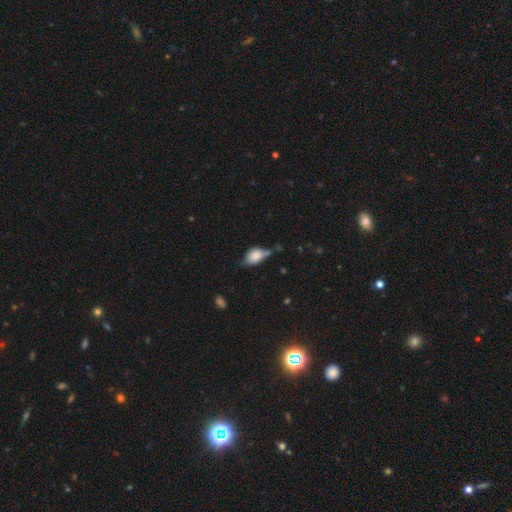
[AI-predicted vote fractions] The model was most divided on "merging": minor disturbance: 38%, none: 35%, major disturbance: 14%, merger: 13%. More confident: how rounded — in between (83%); smooth or featured — smooth (74%).